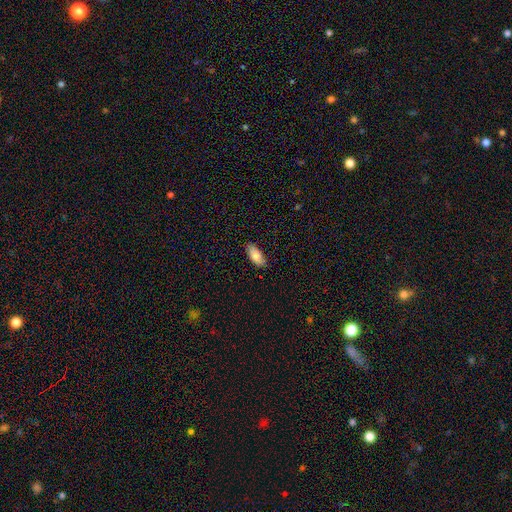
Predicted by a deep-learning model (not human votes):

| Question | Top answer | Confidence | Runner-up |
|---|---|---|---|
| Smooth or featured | smooth | 85% | featured or disk (9%) |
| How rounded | in between | 88% | cigar-shaped (10%) |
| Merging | none | 86% | minor disturbance (11%) |